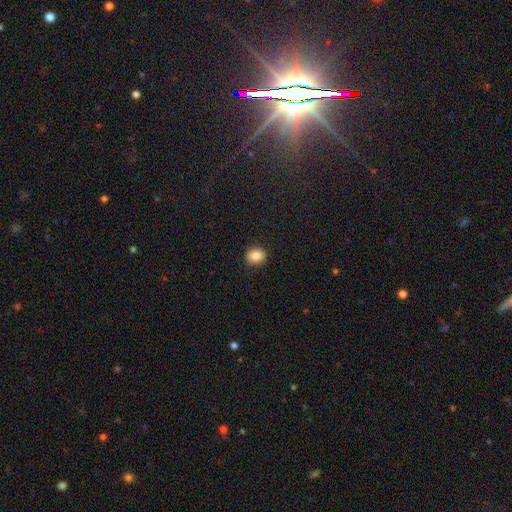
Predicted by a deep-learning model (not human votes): The model was most divided on "how rounded": round: 61%, in between: 38%, cigar-shaped: 1%. More confident: merging — none (89%); smooth or featured — smooth (84%).